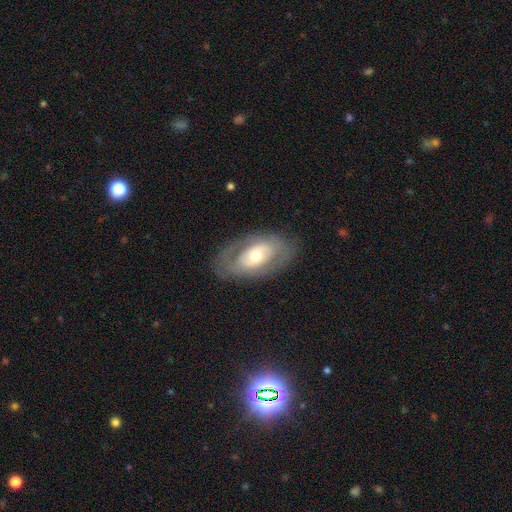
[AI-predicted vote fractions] Smooth or featured: featured or disk — 60% (smooth — 34%)
Edge-on disk: no — 90% (yes — 10%)
Bar: no — 75% (weak — 17%)
Spiral arms: no — 67% (yes — 33%)
Bulge size: moderate — 68% (small — 19%)
Merging: none — 79% (minor disturbance — 13%)